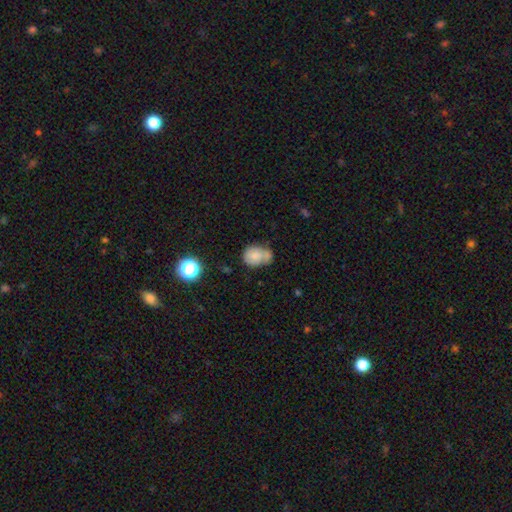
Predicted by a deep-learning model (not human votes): Smooth or featured: smooth — 75% (featured or disk — 14%)
How rounded: in between — 57% (round — 42%)
Merging: none — 37% (merger — 29%)